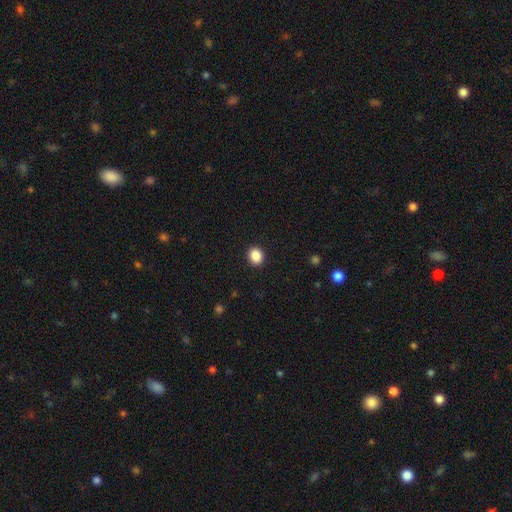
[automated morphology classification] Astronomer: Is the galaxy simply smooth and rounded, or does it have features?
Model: smooth — 88%.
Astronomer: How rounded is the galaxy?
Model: round — 61% (runner-up: in between, 38%).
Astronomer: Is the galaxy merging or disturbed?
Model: none — 91%.